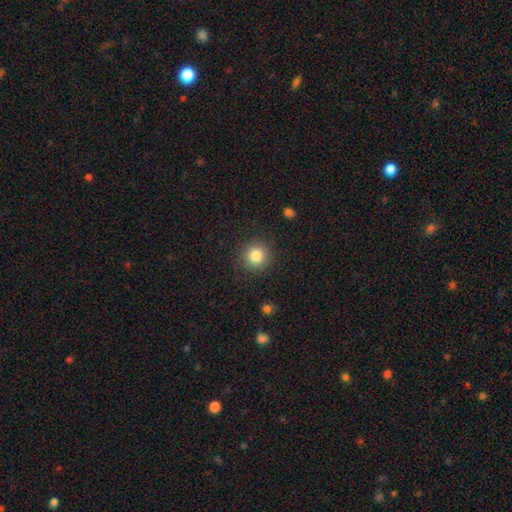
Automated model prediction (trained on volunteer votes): smooth-or-featured: smooth: 83% | star or artifact: 11% | featured or disk: 6%
  how-rounded: round: 93% | in between: 6% | cigar-shaped: 1%
  merging: none: 89% | minor disturbance: 7% | major disturbance: 3% | merger: 1%